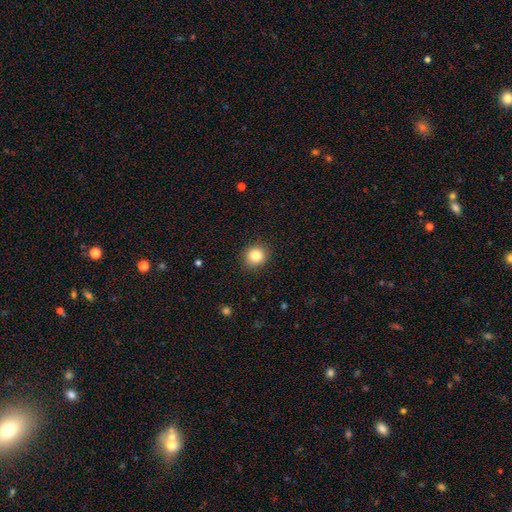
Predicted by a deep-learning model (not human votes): A smooth galaxy with no disk features (83%) that is round (85%). Merging: none (90%).